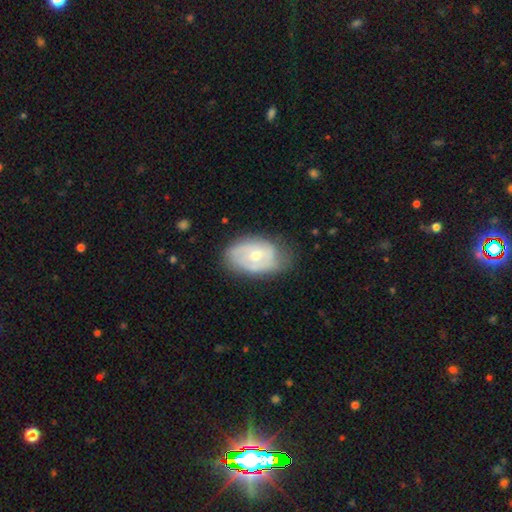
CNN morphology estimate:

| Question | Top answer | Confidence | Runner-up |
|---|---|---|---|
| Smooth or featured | featured or disk | 67% | smooth (27%) |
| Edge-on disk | no | 96% | yes (4%) |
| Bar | no | 65% | weak (29%) |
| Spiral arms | yes | 73% | no (27%) |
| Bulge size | moderate | 59% | small (37%) |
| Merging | none | 64% | minor disturbance (27%) |